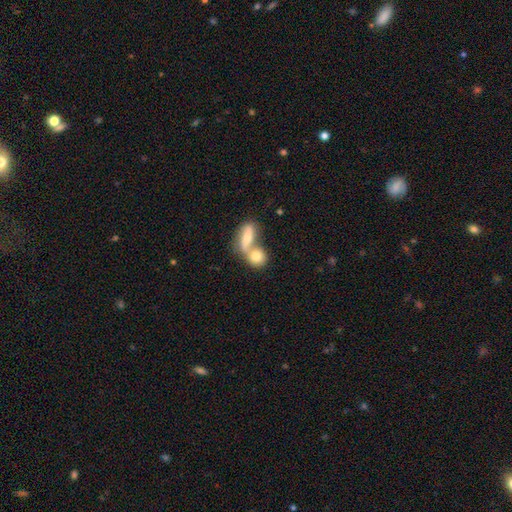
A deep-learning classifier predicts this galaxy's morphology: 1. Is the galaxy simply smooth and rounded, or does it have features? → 73% smooth, 20% featured or disk, 7% star or artifact.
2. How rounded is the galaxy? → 52% round, 43% in between, 5% cigar-shaped.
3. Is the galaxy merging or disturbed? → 67% merger, 24% none, 6% minor disturbance, 4% major disturbance.